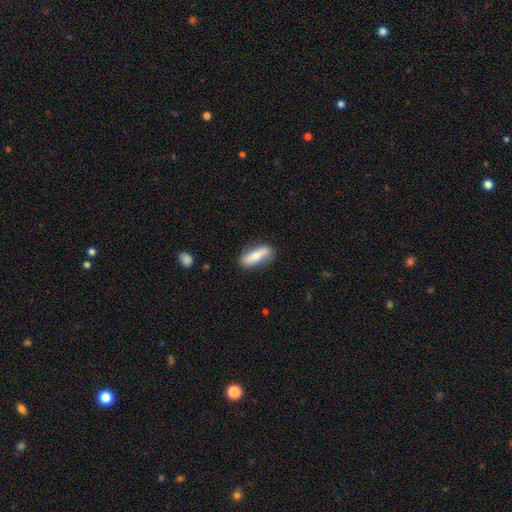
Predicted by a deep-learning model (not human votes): This appears to be a smooth galaxy with no disk features (60%) that is in between round and cigar-shaped (50%). Merging: none (82%).